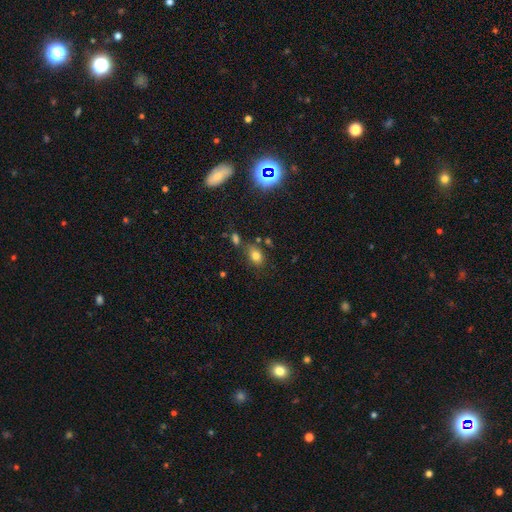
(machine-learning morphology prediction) Smooth or featured? Predicted: smooth (p=0.78). How rounded? Predicted: in between (p=0.75). Merging? Predicted: none (p=0.69).